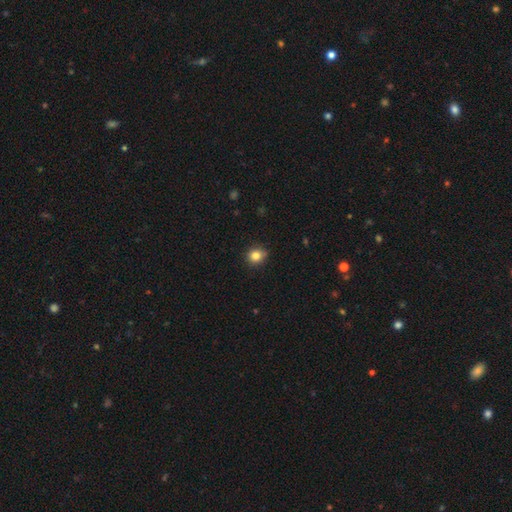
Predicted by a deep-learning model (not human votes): This appears to be a smooth galaxy with no disk features (82%) that is round (78%). Merging: none (83%).